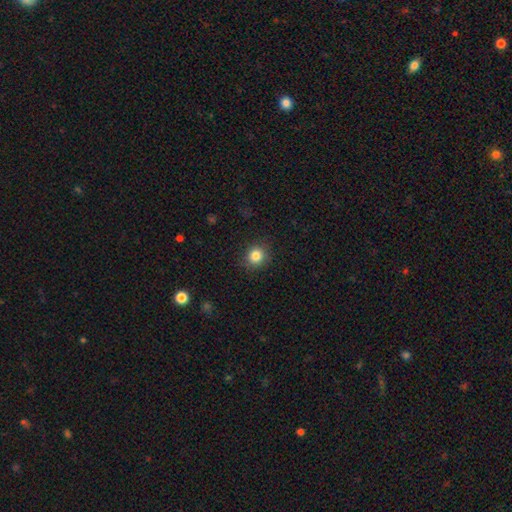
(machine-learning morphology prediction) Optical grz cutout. It shows a smooth galaxy with no disk features (84%) that is round (88%). Merging: none (88%).